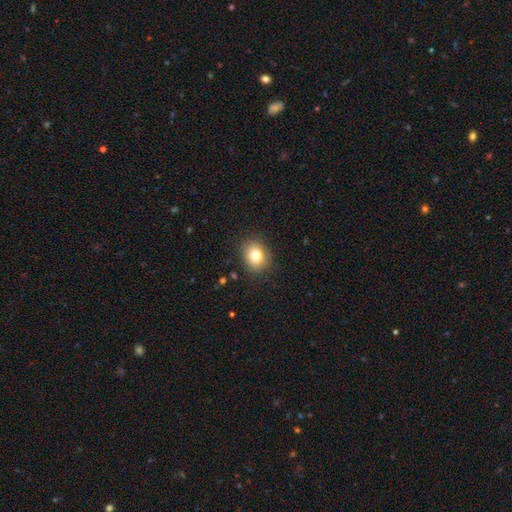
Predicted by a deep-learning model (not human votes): Smooth or featured: smooth — 80% (star or artifact — 11%)
How rounded: round — 65% (in between — 34%)
Merging: none — 86% (minor disturbance — 10%)